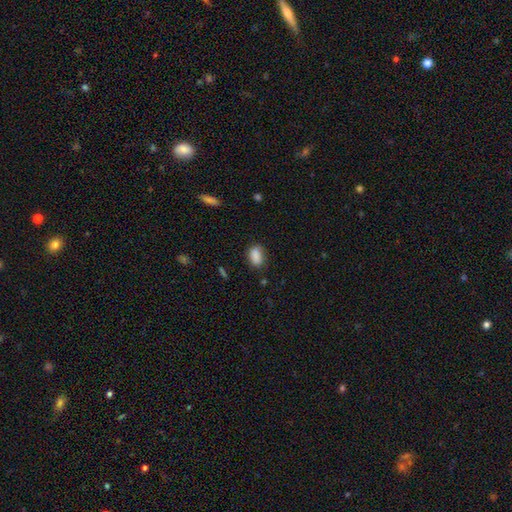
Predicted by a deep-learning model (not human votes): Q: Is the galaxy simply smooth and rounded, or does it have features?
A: smooth — 86%.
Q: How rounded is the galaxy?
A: in between — 84%.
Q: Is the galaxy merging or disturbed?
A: none — 74%.